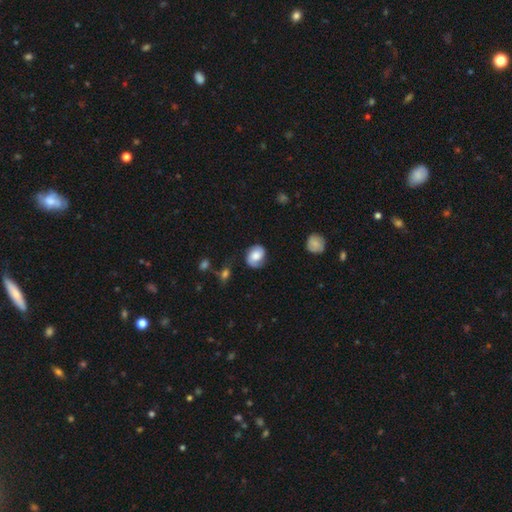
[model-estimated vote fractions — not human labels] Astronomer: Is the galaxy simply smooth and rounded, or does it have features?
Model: smooth — 48% (runner-up: featured or disk, 44%).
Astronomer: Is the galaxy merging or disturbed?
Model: none — 68%.